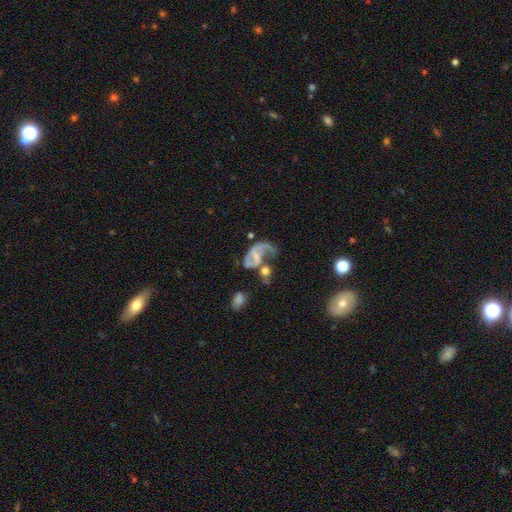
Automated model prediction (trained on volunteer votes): smooth_or_featured: featured or disk (p=0.72) [alt: smooth p=0.19]
disk_edge_on: no (p=0.97) [alt: yes p=0.03]
bar: no (p=0.42) [alt: weak p=0.40]
has_spiral_arms: yes (p=0.78) [alt: no p=0.22]
spiral_winding: loose (p=0.60) [alt: medium p=0.30]
spiral_arm_count: 2 (p=0.56) [alt: 1 p=0.33]
bulge_size: none (p=0.47) [alt: small p=0.32]
merging: major disturbance (p=0.38) [alt: merger p=0.28]